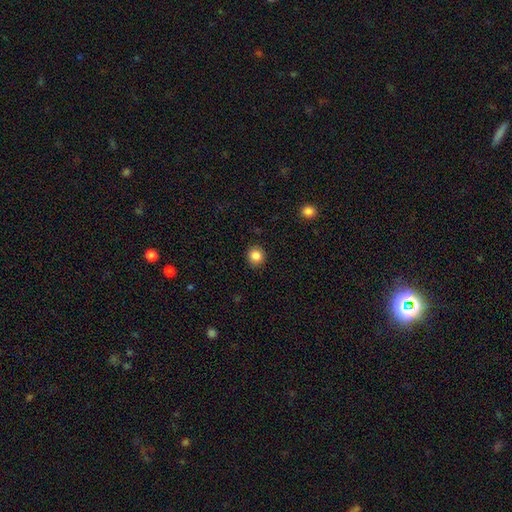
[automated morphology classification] Smooth or featured?
  - smooth: 86% *
  - star or artifact: 10%
  - featured or disk: 4%
How rounded?
  - round: 86% *
  - in between: 13%
  - cigar-shaped: 1%
Merging?
  - none: 89% *
  - minor disturbance: 7%
  - major disturbance: 2%
  - merger: 1%